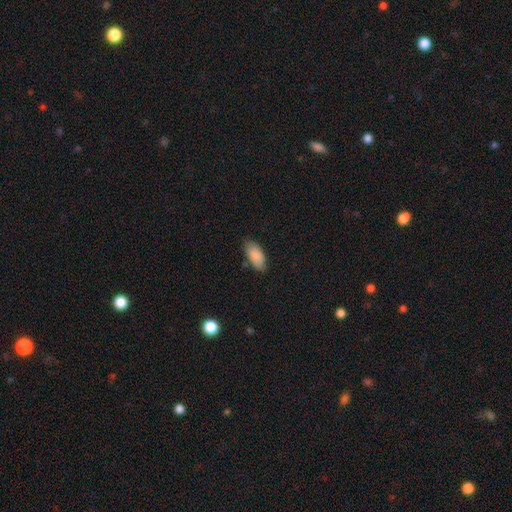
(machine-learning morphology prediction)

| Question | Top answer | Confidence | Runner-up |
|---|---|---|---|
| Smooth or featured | smooth | 88% | star or artifact (6%) |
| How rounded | in between | 90% | cigar-shaped (8%) |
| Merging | none | 78% | minor disturbance (17%) |